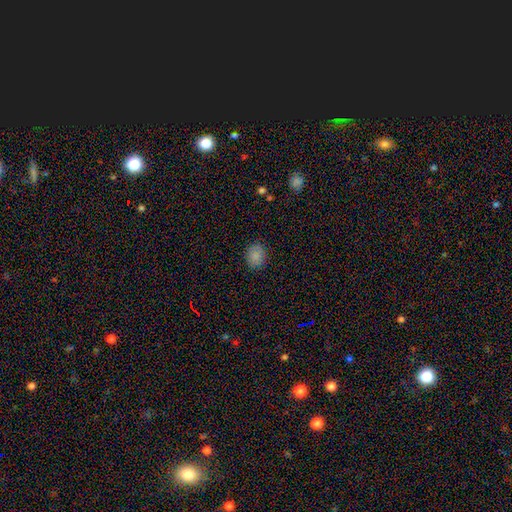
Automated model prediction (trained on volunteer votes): Smooth or featured? Predicted: smooth (p=0.86). How rounded? Predicted: round (p=0.65). Merging? Predicted: none (p=0.89).